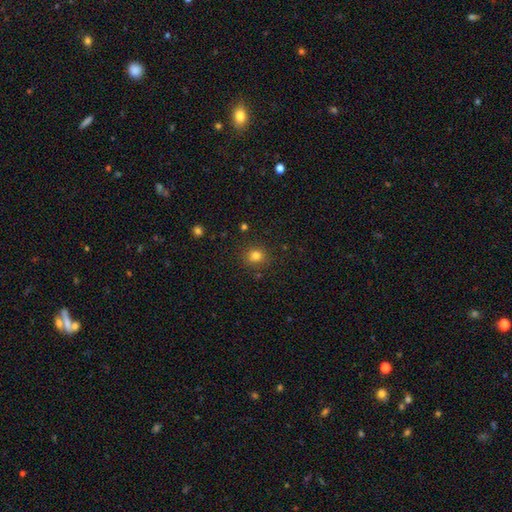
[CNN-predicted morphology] The model was most divided on "how rounded": round: 80%, in between: 19%, cigar-shaped: 1%. More confident: merging — none (86%); smooth or featured — smooth (80%).